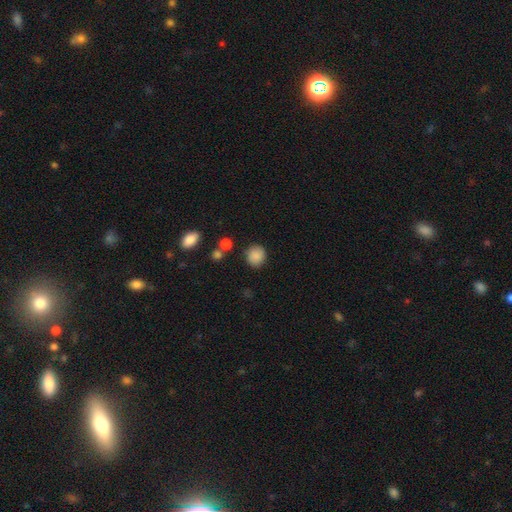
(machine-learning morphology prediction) type=smooth (87%); roundness=round (84%); merging=none (83%).